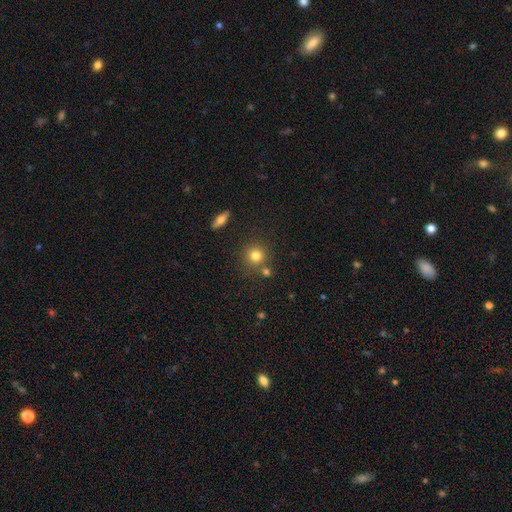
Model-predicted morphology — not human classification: Q: Smooth or featured?
A: smooth (79%); runner-up: star or artifact (12%)
Q: How rounded?
A: round (91%); runner-up: in between (8%)
Q: Merging?
A: none (75%); runner-up: merger (13%)